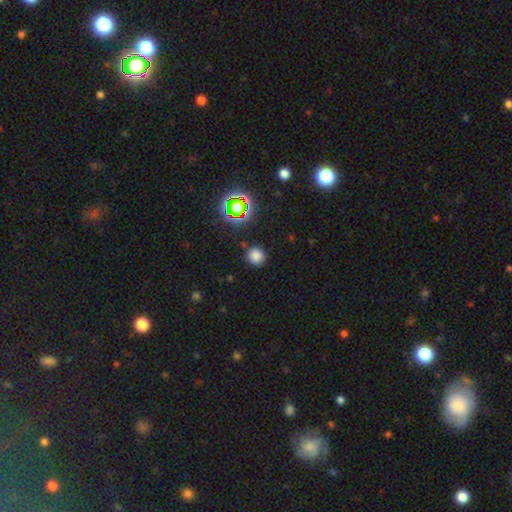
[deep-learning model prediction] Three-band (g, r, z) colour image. It shows a smooth galaxy with no disk features (75%) that is round (92%). Merging: none (87%).